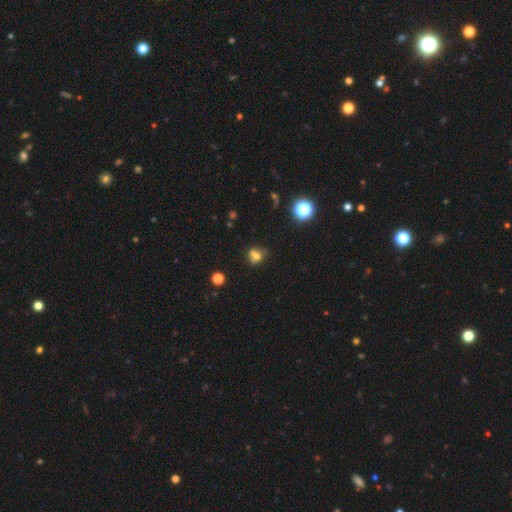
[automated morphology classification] A smooth galaxy with no disk features (67%) that is round (69%). Merging: none (44%).